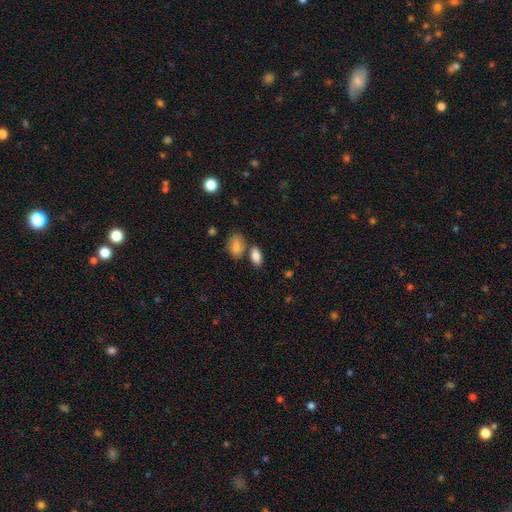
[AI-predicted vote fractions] This appears to be a smooth galaxy with no disk features (85%) that is in between round and cigar-shaped (91%). Merging: none (64%).